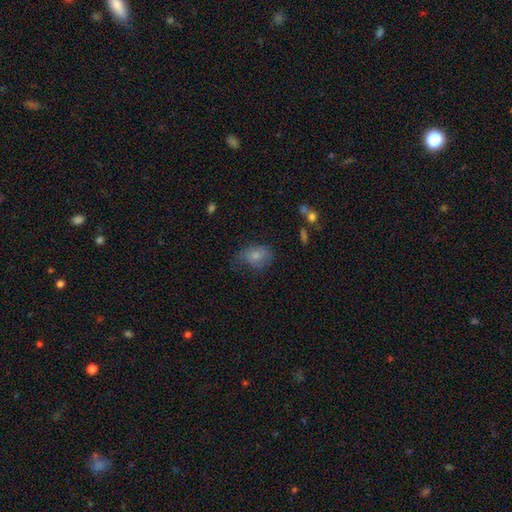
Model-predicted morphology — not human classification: The model was most divided on "merging": none: 48%, minor disturbance: 35%, major disturbance: 15%, merger: 2%. More confident: smooth or featured — smooth (76%); how rounded — in between (68%).